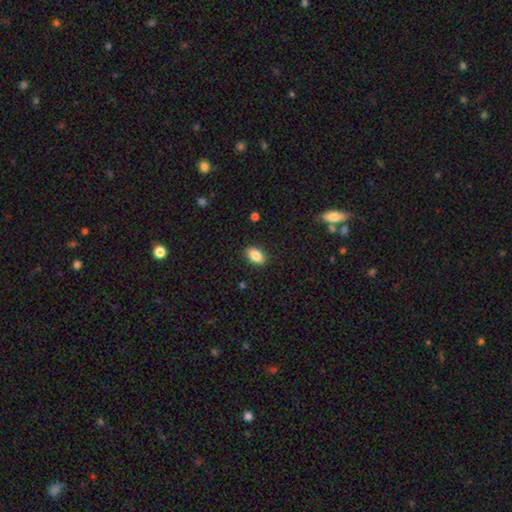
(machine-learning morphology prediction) The model was most divided on "merging": none: 87%, minor disturbance: 9%, major disturbance: 2%, merger: 1%. More confident: how rounded — in between (90%); smooth or featured — smooth (87%).